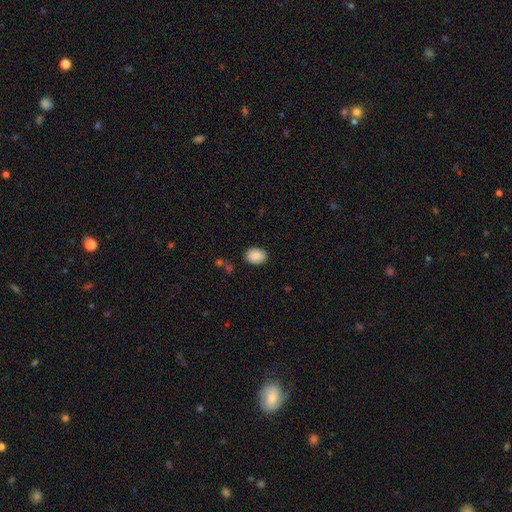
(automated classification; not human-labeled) Smooth or featured? Predicted: smooth (p=0.89). How rounded? Predicted: in between (p=0.71). Merging? Predicted: none (p=0.86).